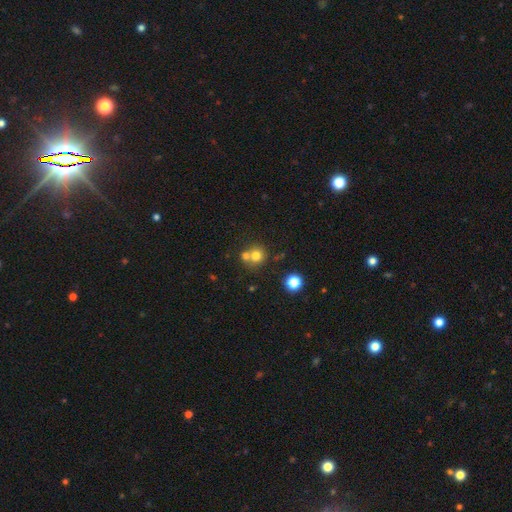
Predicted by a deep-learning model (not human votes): A smooth galaxy with no disk features (74%) that is round (89%). Merging: none (52%).